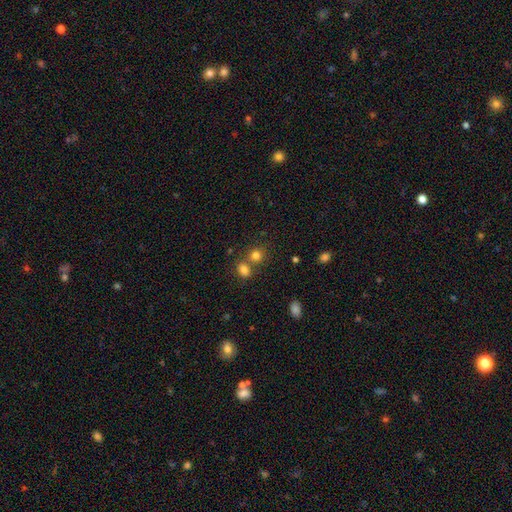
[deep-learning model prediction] Smooth or featured: smooth — 79% (star or artifact — 14%)
How rounded: round — 76% (in between — 23%)
Merging: none — 53% (merger — 36%)